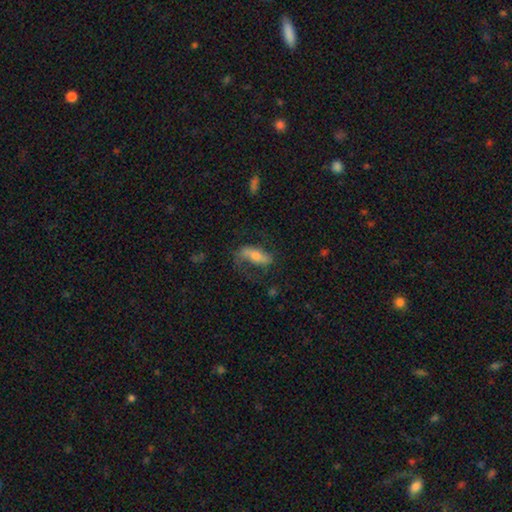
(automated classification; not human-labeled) Smooth or featured: featured or disk — 51% (smooth — 41%)
Edge-on disk: no — 78% (yes — 22%)
Merging: none — 57% (minor disturbance — 22%)